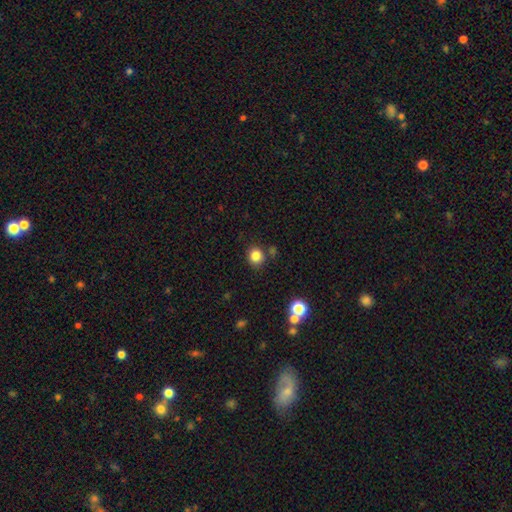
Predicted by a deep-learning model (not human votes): A smooth galaxy with no disk features (84%) that is round (85%).

Vote fractions:
- Smooth or featured? smooth: 84% / star or artifact: 12% / featured or disk: 5%
- How rounded? round: 85% / in between: 14% / cigar-shaped: 1%
- Merging? none: 81% / minor disturbance: 10% / merger: 7% / major disturbance: 3%